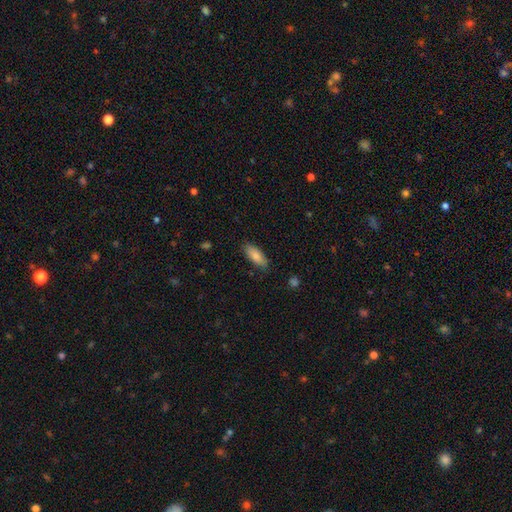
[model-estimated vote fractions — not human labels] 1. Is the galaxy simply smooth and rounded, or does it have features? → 82% smooth, 12% featured or disk, 6% star or artifact.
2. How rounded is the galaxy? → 77% in between, 21% cigar-shaped, 2% round.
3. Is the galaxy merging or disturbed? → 83% none, 13% minor disturbance, 2% major disturbance, 1% merger.